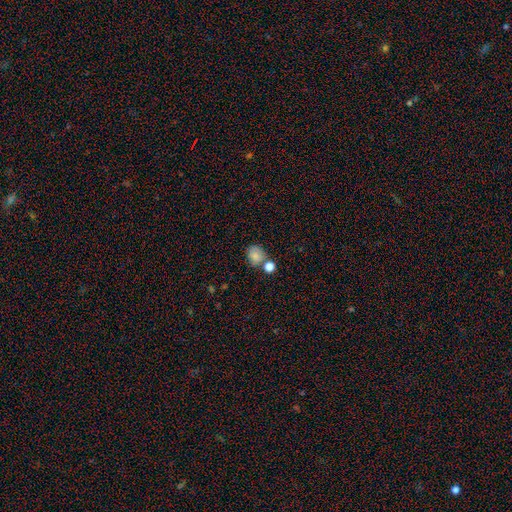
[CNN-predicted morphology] A smooth galaxy with no disk features (81%) that is round (61%).

Vote fractions:
- Smooth or featured? smooth: 81% / star or artifact: 11% / featured or disk: 8%
- How rounded? round: 61% / in between: 37% / cigar-shaped: 1%
- Merging? none: 56% / merger: 24% / minor disturbance: 15% / major disturbance: 5%